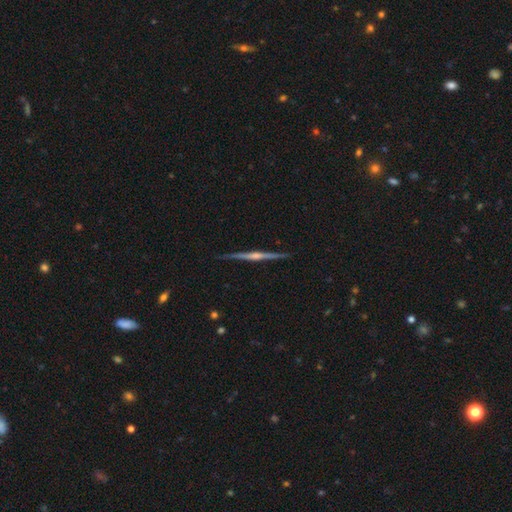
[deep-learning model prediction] A featured or disk galaxy (85%) viewed edge-on (99%) with a rounded central bulge (80%). Merging: none (92%).